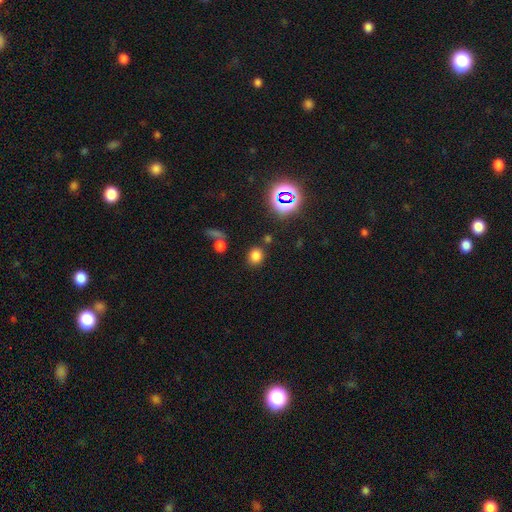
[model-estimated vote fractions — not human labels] smooth_or_featured: smooth (p=0.75) [alt: star or artifact p=0.19]
how_rounded: round (p=0.67) [alt: in between p=0.32]
merging: none (p=0.80) [alt: minor disturbance p=0.10]